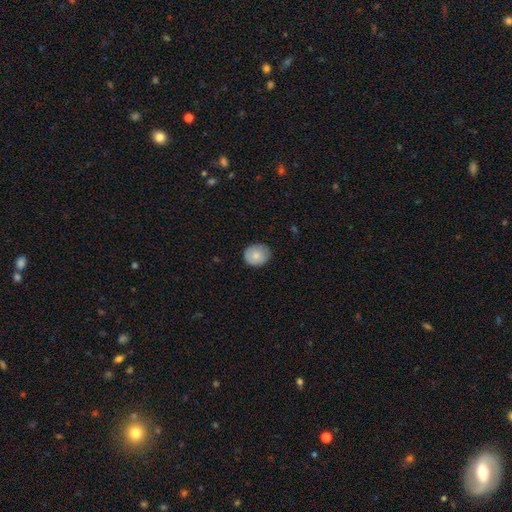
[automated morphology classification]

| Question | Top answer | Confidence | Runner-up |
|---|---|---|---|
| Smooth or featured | smooth | 81% | featured or disk (12%) |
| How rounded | round | 69% | in between (30%) |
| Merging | none | 80% | minor disturbance (16%) |